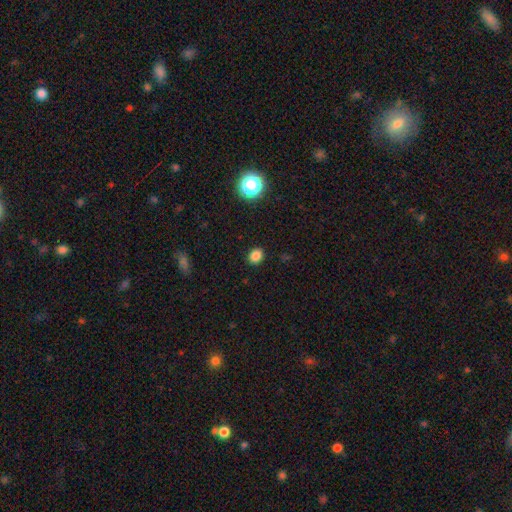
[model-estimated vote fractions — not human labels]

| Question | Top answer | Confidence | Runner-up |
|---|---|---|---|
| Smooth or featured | smooth | 83% | star or artifact (13%) |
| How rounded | round | 60% | in between (39%) |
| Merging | none | 90% | minor disturbance (7%) |